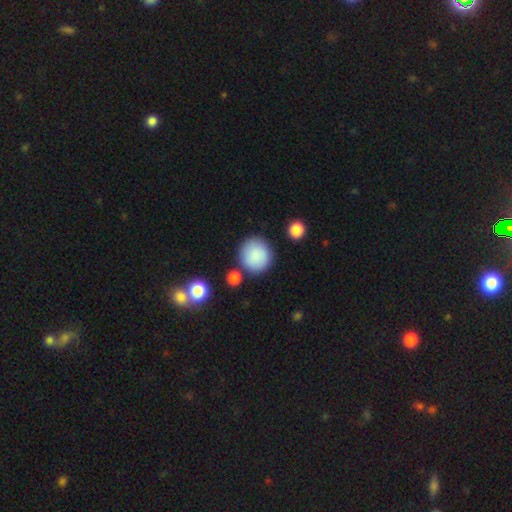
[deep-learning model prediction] Q: Smooth or featured?
A: smooth (87%); runner-up: star or artifact (7%)
Q: How rounded?
A: round (91%); runner-up: in between (8%)
Q: Merging?
A: none (79%); runner-up: minor disturbance (10%)